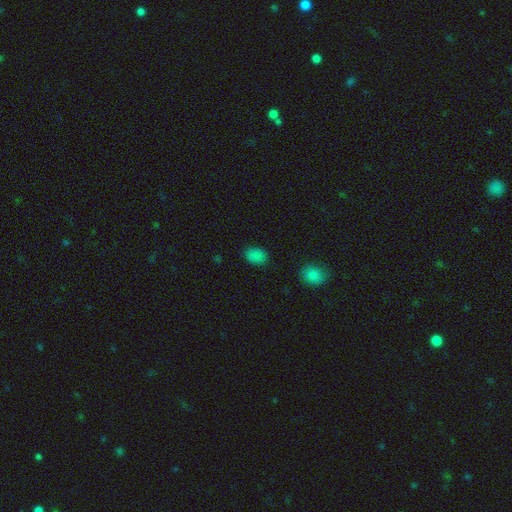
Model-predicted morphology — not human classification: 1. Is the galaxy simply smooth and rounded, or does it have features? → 83% smooth, 13% star or artifact, 3% featured or disk.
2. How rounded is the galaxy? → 74% in between, 25% round, 1% cigar-shaped.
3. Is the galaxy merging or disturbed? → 84% none, 12% minor disturbance, 3% major disturbance, 2% merger.